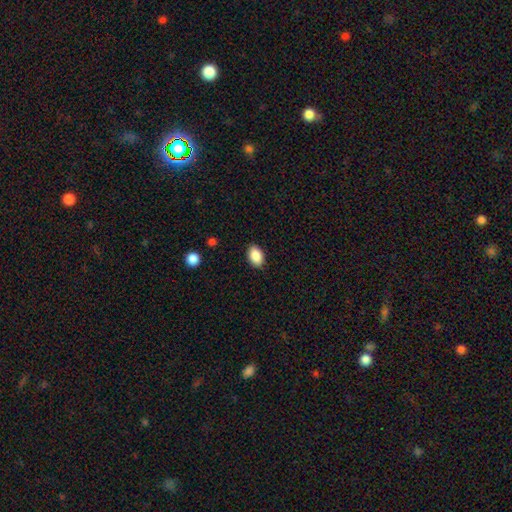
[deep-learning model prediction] Smooth or featured?
  - smooth: 89% *
  - star or artifact: 7%
  - featured or disk: 4%
How rounded?
  - in between: 89% *
  - round: 10%
  - cigar-shaped: 1%
Merging?
  - none: 88% *
  - minor disturbance: 9%
  - major disturbance: 2%
  - merger: 1%